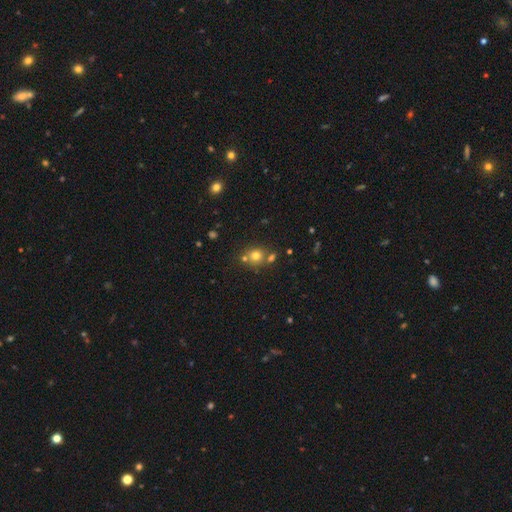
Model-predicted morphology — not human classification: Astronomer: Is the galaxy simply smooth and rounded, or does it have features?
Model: smooth — 72%.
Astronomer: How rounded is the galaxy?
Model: round — 84%.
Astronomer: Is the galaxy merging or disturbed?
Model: none — 63%.